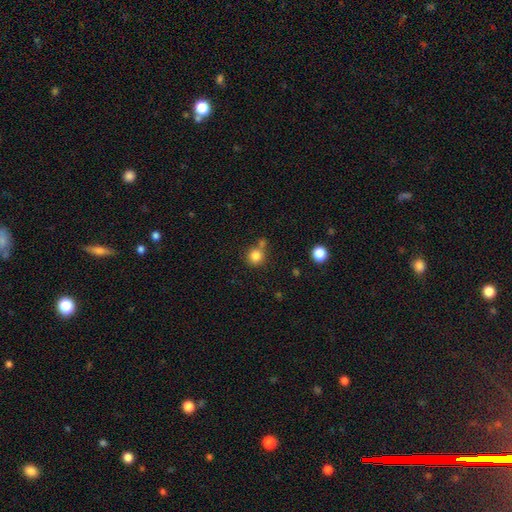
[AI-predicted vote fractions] Smooth or featured? smooth (83%)
How rounded? round (91%)
Merging? none (62%)